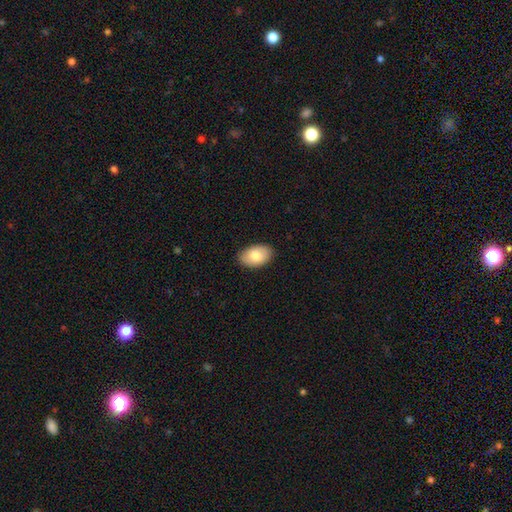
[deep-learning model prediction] Q: Smooth or featured?
A: smooth (82%); runner-up: featured or disk (12%)
Q: How rounded?
A: in between (91%); runner-up: round (8%)
Q: Merging?
A: none (87%); runner-up: minor disturbance (10%)